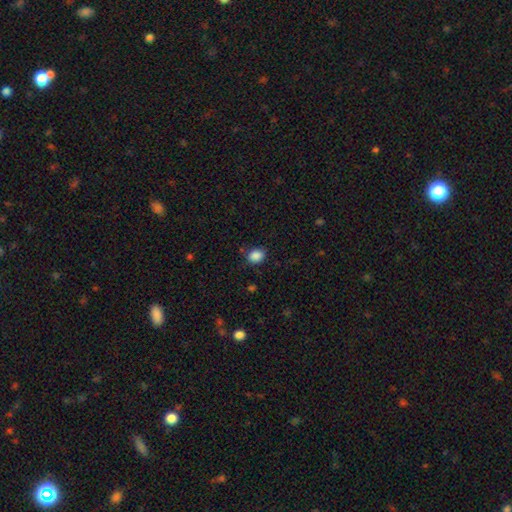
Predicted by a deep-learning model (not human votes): smooth 88%, star or artifact 9%, featured or disk 3%. Down the decision tree: how rounded — in between (58%); merging — none (82%).